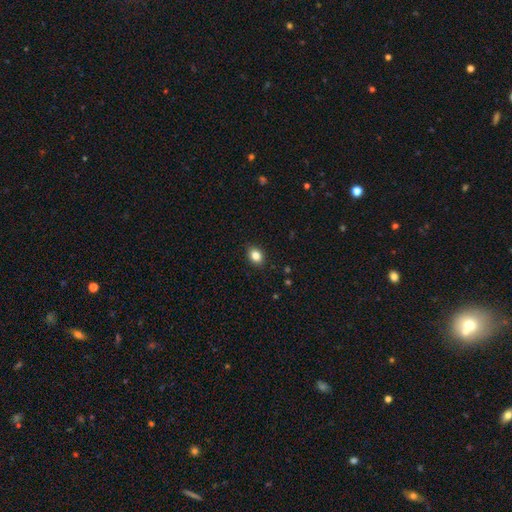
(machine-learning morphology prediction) Smooth or featured? Predicted: smooth (p=0.84). How rounded? Predicted: in between (p=0.58). Merging? Predicted: none (p=0.88).